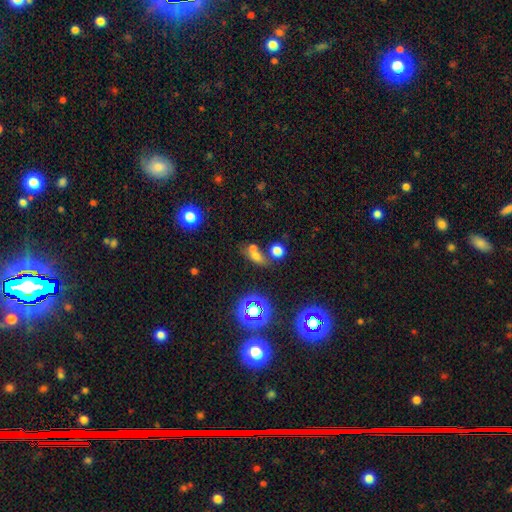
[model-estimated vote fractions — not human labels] Smooth or featured: smooth — 58% (star or artifact — 28%)
How rounded: in between — 60% (round — 32%)
Merging: none — 42% (merger — 40%)